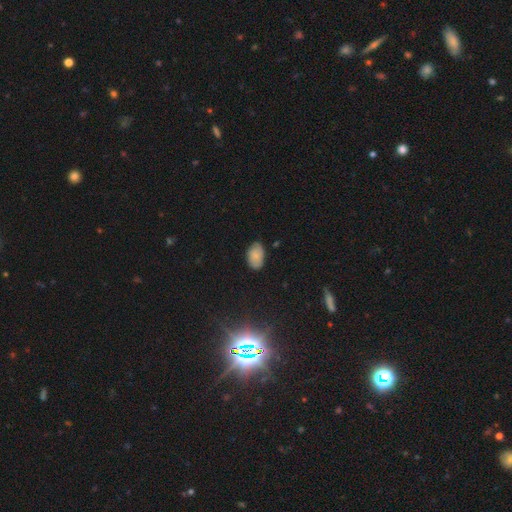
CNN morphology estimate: Overall: smooth (77%). How rounded: in between (90%). Merging: none (75%).